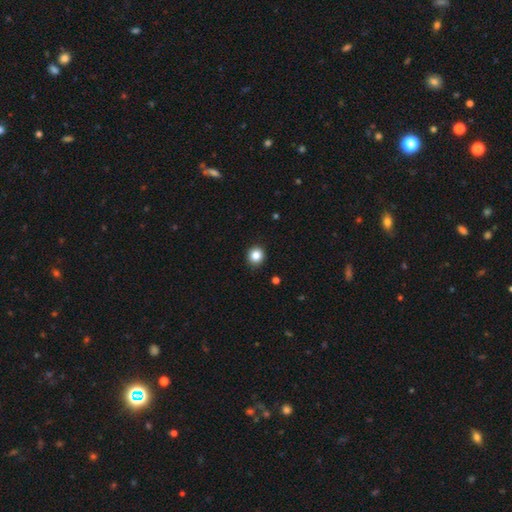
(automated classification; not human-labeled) Smooth or featured: smooth — 86% (star or artifact — 10%)
How rounded: round — 89% (in between — 10%)
Merging: none — 92% (minor disturbance — 5%)